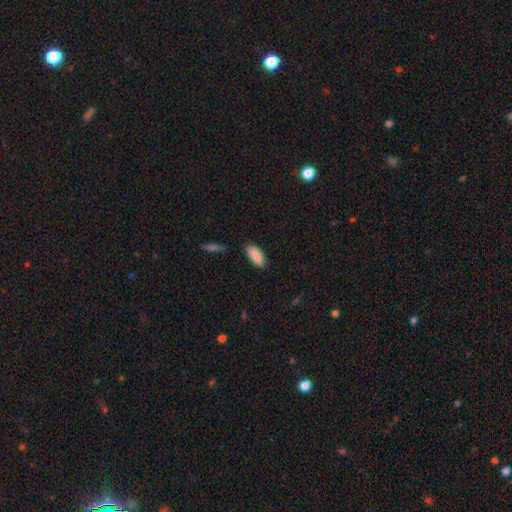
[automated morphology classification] Smooth or featured? smooth (89%)
How rounded? in between (83%)
Merging? none (83%)